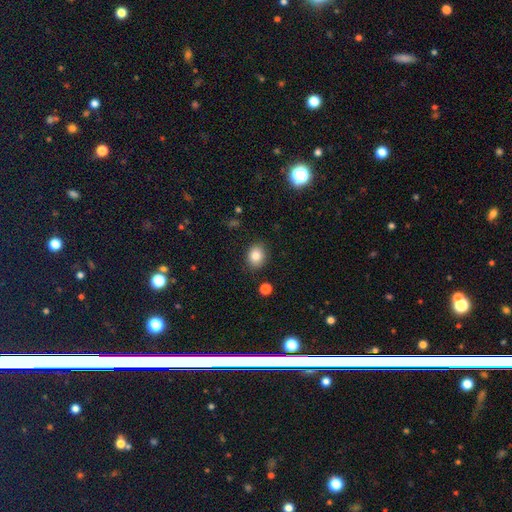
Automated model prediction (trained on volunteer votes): This is clearly a smooth galaxy (83%). How rounded: possibly round (53%). Merging: clearly none (86%).